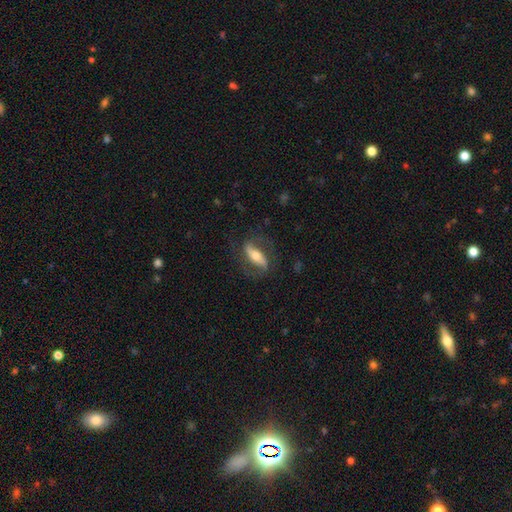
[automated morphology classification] Smooth or featured? featured or disk (68%)
Edge-on disk? no (77%)
Bar? strong (63%)
Spiral arms? yes (81%)
Bulge size? moderate (60%)
Merging? none (73%)